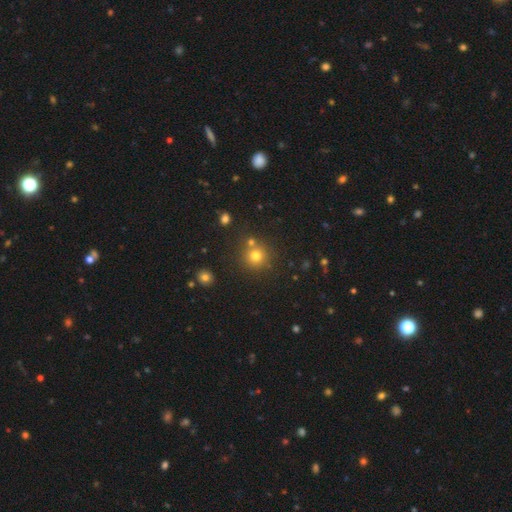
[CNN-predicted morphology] Smooth or featured: smooth — 75% (star or artifact — 17%)
How rounded: round — 93% (in between — 6%)
Merging: none — 75% (merger — 14%)